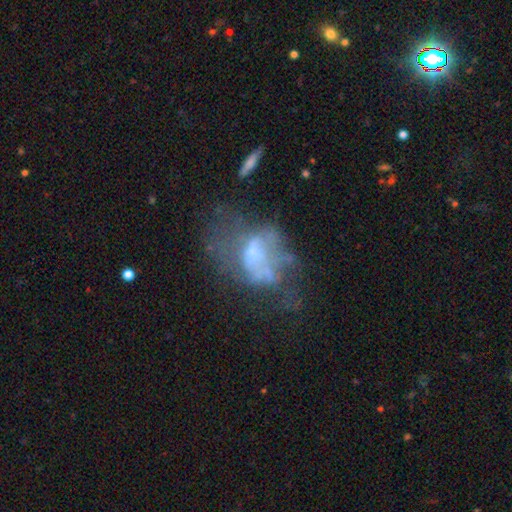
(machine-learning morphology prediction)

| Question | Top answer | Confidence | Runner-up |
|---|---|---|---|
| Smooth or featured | featured or disk | 56% | smooth (28%) |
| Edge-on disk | no | 97% | yes (3%) |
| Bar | no | 84% | weak (12%) |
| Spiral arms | no | 91% | yes (9%) |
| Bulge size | none | 42% | small (30%) |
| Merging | major disturbance | 41% | none (25%) |